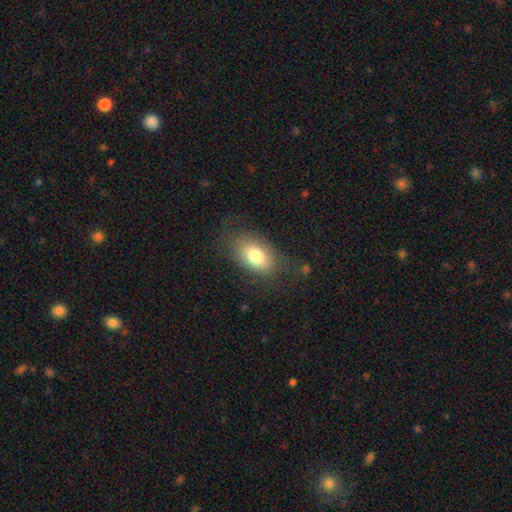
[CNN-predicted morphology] A smooth galaxy with no disk features (77%) that is in between round and cigar-shaped (88%).

Vote fractions:
- Smooth or featured? smooth: 77% / featured or disk: 15% / star or artifact: 9%
- How rounded? in between: 88% / round: 10% / cigar-shaped: 2%
- Merging? none: 75% / minor disturbance: 16% / major disturbance: 8% / merger: 1%